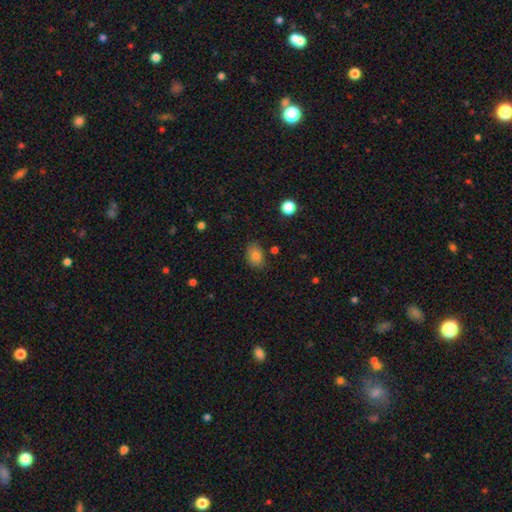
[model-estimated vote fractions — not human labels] A smooth galaxy with no disk features (82%) that is in between round and cigar-shaped (76%). Merging: none (80%).